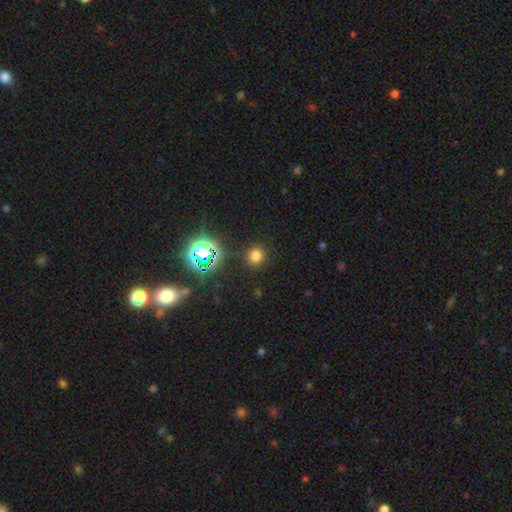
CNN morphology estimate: type=smooth (71%); roundness=round (92%); merging=none (89%).